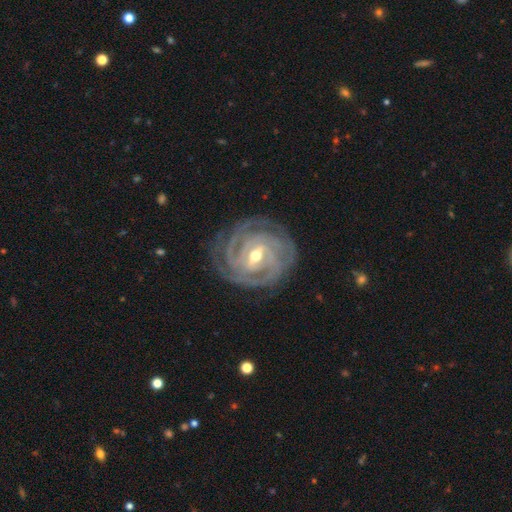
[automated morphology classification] The model was most divided on "bar" (2-way tie): weak: 43%, strong: 43%, no: 14%. Remaining: spiral arms — yes (98%); edge-on disk — no (97%); smooth or featured — featured or disk (92%); merging — none (82%); spiral winding — tight (81%); bulge size — moderate (61%); spiral arm count — 3 (31%).